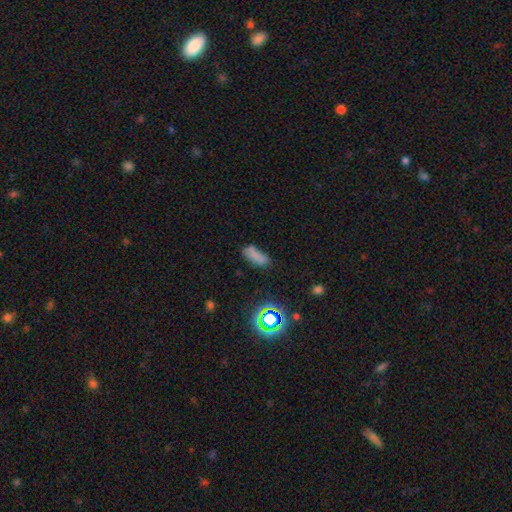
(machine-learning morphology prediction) This appears to be a smooth galaxy with no disk features (70%) that is in between round and cigar-shaped (74%). Merging: none (56%).